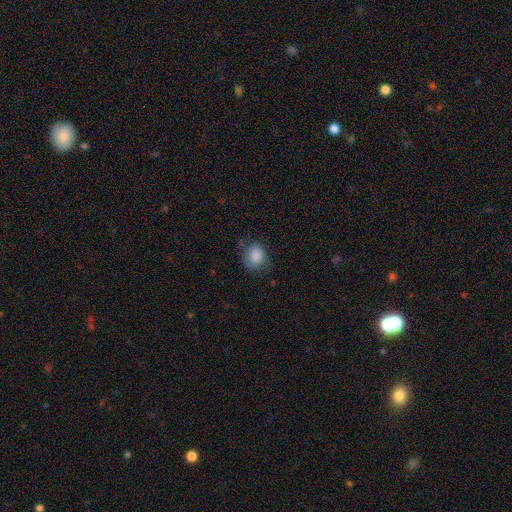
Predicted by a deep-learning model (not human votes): Smooth or featured? Predicted: smooth (p=0.83). How rounded? Predicted: round (p=0.63). Merging? Predicted: none (p=0.61).